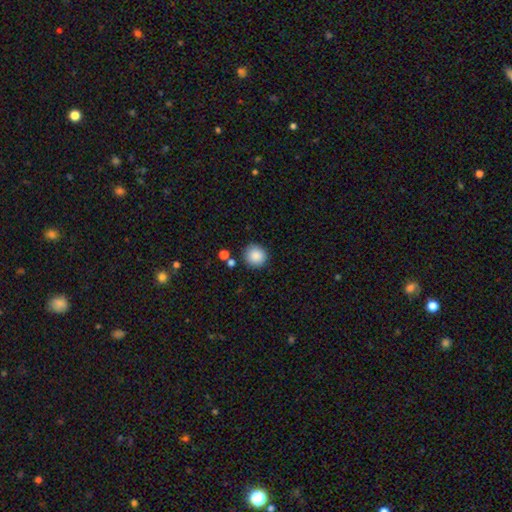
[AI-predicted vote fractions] This is clearly a smooth galaxy (87%). How rounded: clearly round (92%). Merging: clearly none (85%).